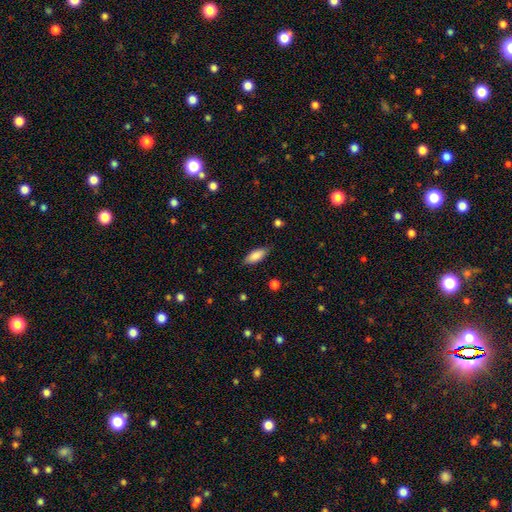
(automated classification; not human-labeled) This is clearly a smooth galaxy (85%). How rounded: likely in between (78%). Merging: clearly none (84%).